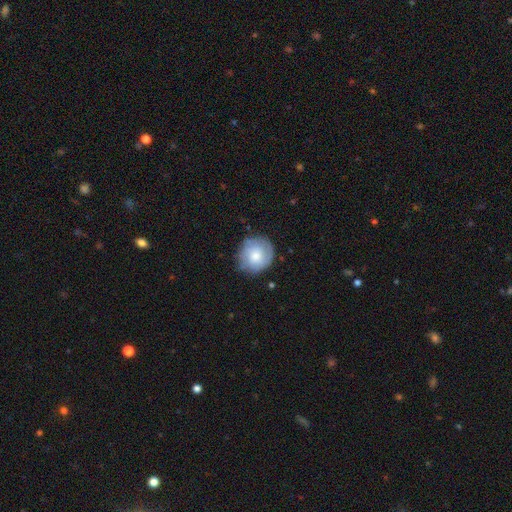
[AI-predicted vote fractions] Q: Smooth or featured?
A: smooth (60%); runner-up: featured or disk (33%)
Q: How rounded?
A: round (86%); runner-up: in between (13%)
Q: Merging?
A: none (76%); runner-up: minor disturbance (18%)